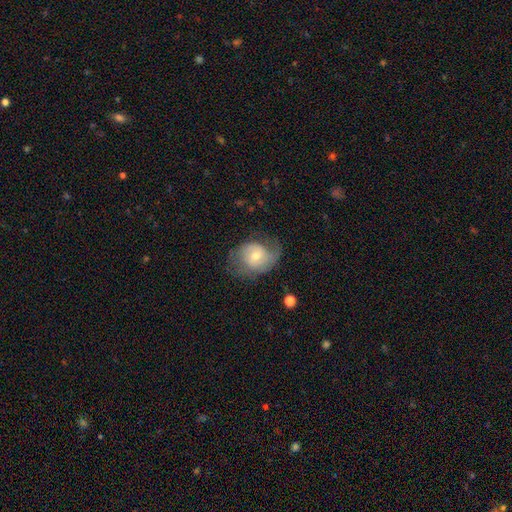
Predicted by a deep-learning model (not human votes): Morphology: type=featured or disk (53%); edge-on=no (96%); bar=no (52%); spiral arms=yes (79%); bulge=moderate (52%); merging=none (52%).